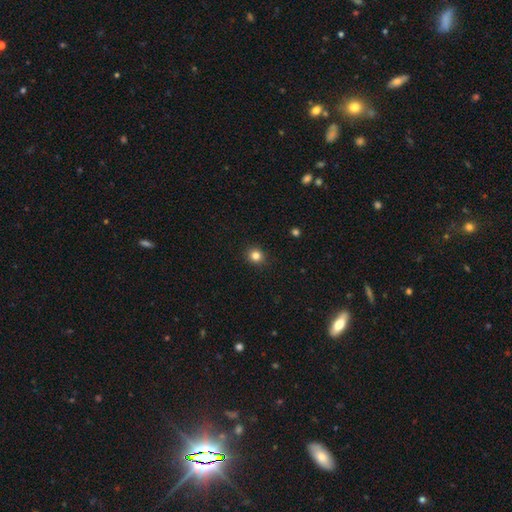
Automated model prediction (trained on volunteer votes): smooth_or_featured: smooth (p=0.82) [alt: star or artifact p=0.12]
how_rounded: round (p=0.86) [alt: in between p=0.13]
merging: none (p=0.91) [alt: minor disturbance p=0.06]